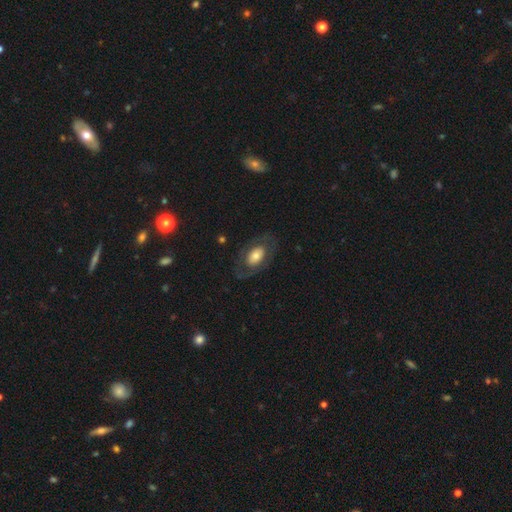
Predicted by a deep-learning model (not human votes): Overall: smooth (53%; featured or disk 41%). How rounded: in between (88%). Merging: none (73%).